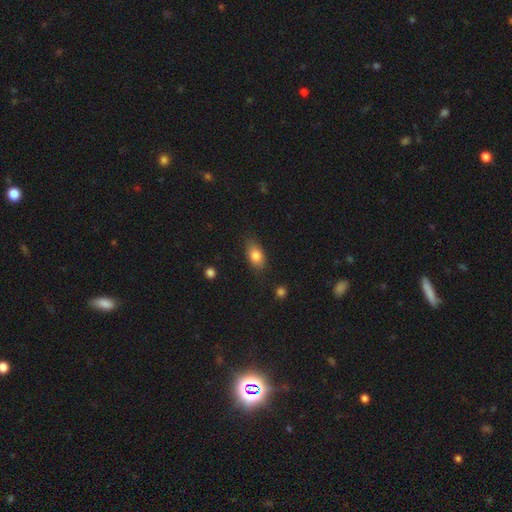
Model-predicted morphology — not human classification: Overall: smooth (80%). How rounded: in between (83%). Merging: none (78%).